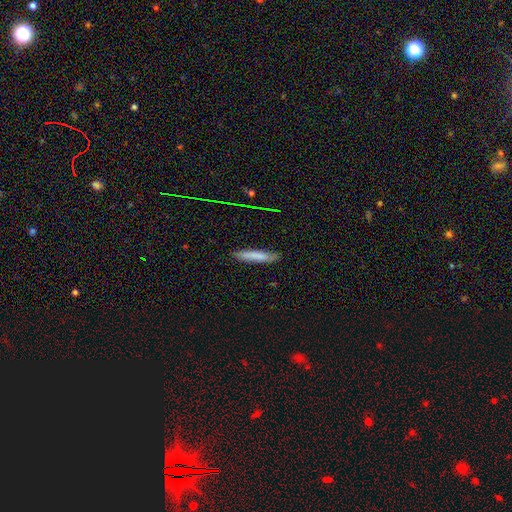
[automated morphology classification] Smooth or featured? smooth (74%)
How rounded? cigar-shaped (89%)
Merging? none (83%)